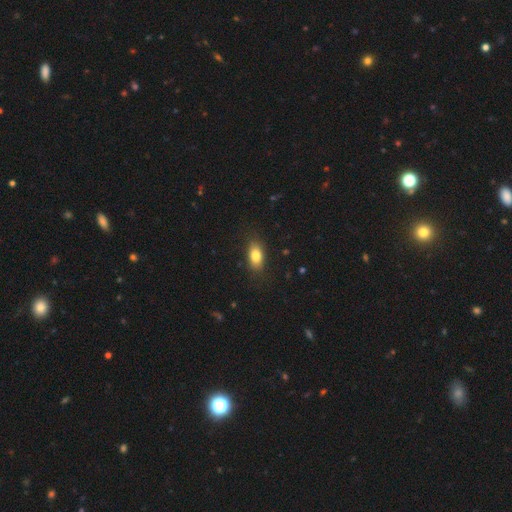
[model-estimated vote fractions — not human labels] Smooth or featured? smooth (82%)
How rounded? in between (87%)
Merging? none (83%)